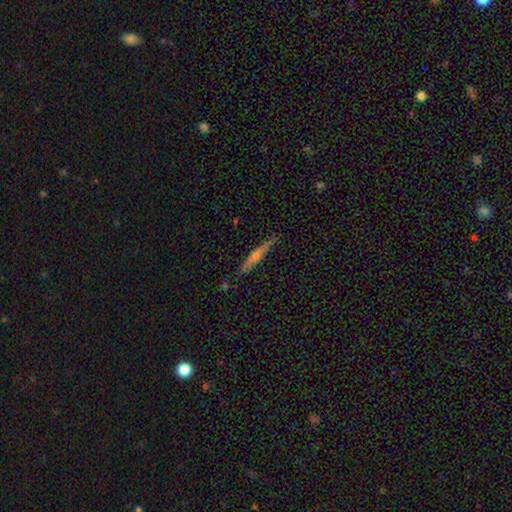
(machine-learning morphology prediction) smooth_or_featured: featured or disk (p=0.65) [alt: smooth p=0.27]
disk_edge_on: yes (p=0.97) [alt: no p=0.03]
edge_on_bulge: rounded (p=0.69) [alt: none p=0.22]
merging: none (p=0.87) [alt: minor disturbance p=0.10]